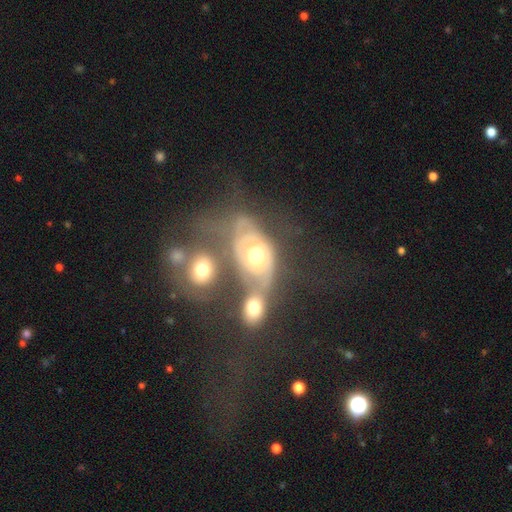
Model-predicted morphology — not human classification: Smooth or featured?
  - featured or disk: 66% *
  - smooth: 23%
  - star or artifact: 11%
Edge-on disk?
  - no: 94% *
  - yes: 6%
Bar?
  - no: 80% *
  - weak: 15%
  - strong: 5%
Spiral arms?
  - yes: 56% *
  - no: 44%
Bulge size?
  - moderate: 66% *
  - small: 17%
  - large: 12%
  - none: 2%
  - dominant: 2%
Merging?
  - merger: 50% *
  - major disturbance: 21%
  - none: 18%
  - minor disturbance: 11%